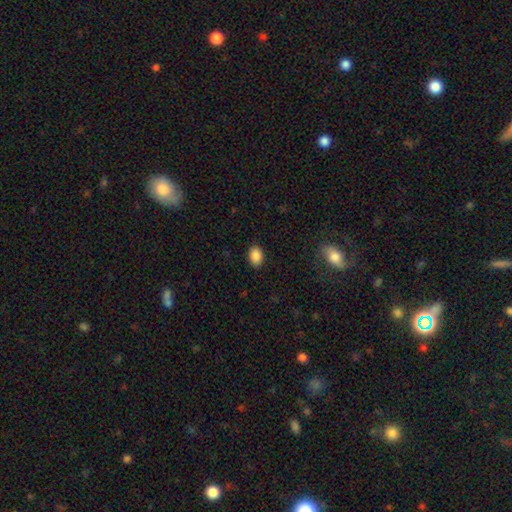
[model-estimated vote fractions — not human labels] smooth_or_featured: smooth (p=0.88) [alt: star or artifact p=0.08]
how_rounded: in between (p=0.80) [alt: round p=0.19]
merging: none (p=0.88) [alt: minor disturbance p=0.09]